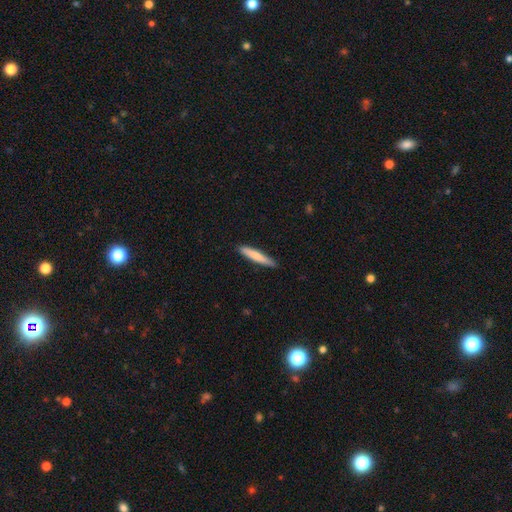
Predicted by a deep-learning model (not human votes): Morphology: type=smooth (74%); roundness=cigar-shaped (93%); merging=none (89%).